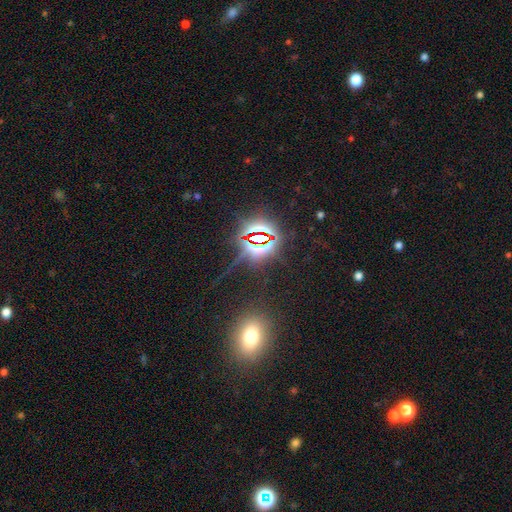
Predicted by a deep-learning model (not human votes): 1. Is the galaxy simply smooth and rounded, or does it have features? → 79% star or artifact, 12% smooth, 10% featured or disk.